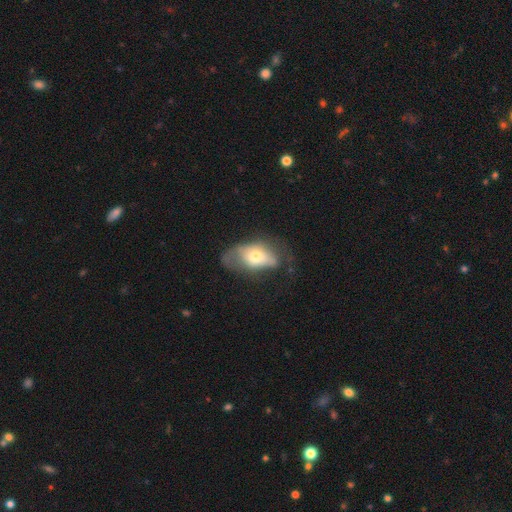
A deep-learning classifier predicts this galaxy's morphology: Smooth or featured? Predicted: smooth (p=0.53). How rounded? Predicted: in between (p=0.88). Merging? Predicted: none (p=0.37).